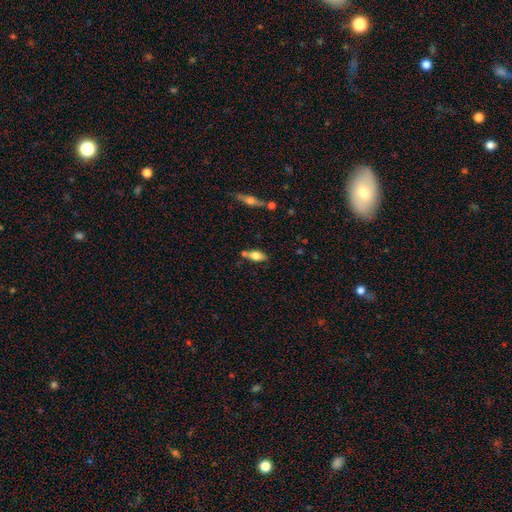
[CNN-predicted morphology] Overall: smooth (66%). How rounded: in between (78%). Merging: none (59%).